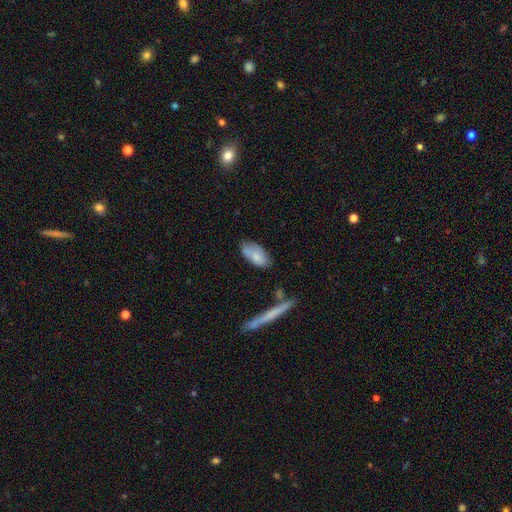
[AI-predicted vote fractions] Morphology: type=smooth (75%); roundness=in between (90%); merging=none (58%).